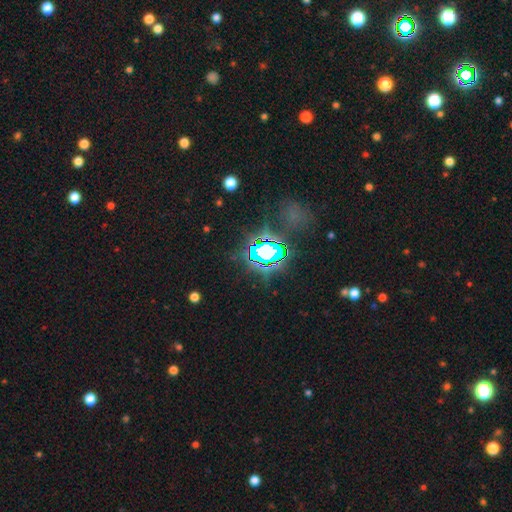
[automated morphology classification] Q: Smooth or featured?
A: star or artifact (79%); runner-up: smooth (13%)